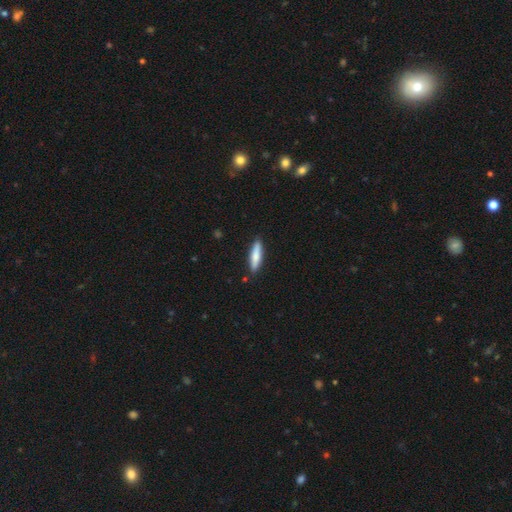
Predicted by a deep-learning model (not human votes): This is likely a smooth galaxy (76%). How rounded: likely cigar-shaped (79%). Merging: clearly none (89%).